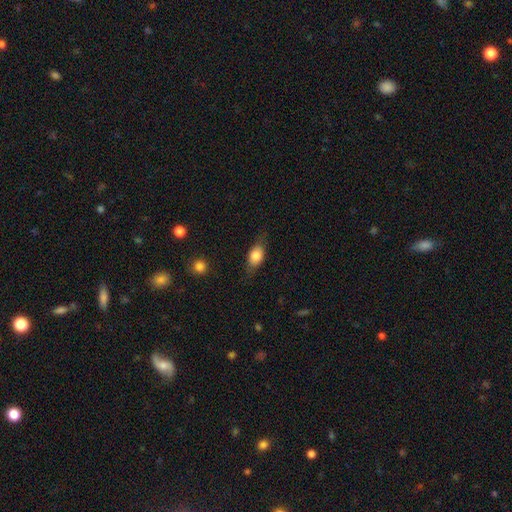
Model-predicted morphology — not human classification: Smooth or featured?
  - smooth: 71% *
  - featured or disk: 22%
  - star or artifact: 7%
How rounded?
  - in between: 76% *
  - round: 14%
  - cigar-shaped: 10%
Merging?
  - none: 73% *
  - minor disturbance: 19%
  - major disturbance: 7%
  - merger: 1%